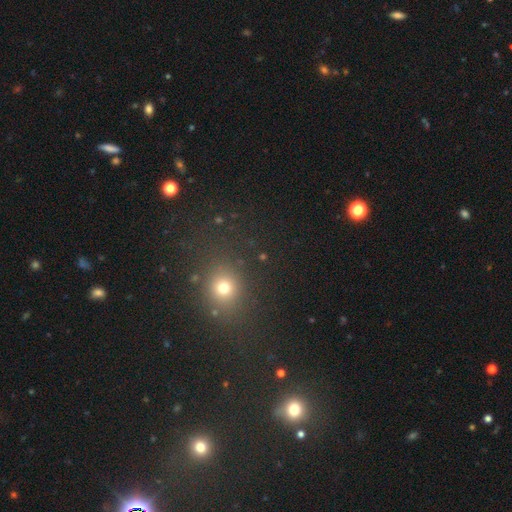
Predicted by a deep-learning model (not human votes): smooth 48%, star or artifact 45%, featured or disk 7%. Down the decision tree: merging — none (84%).